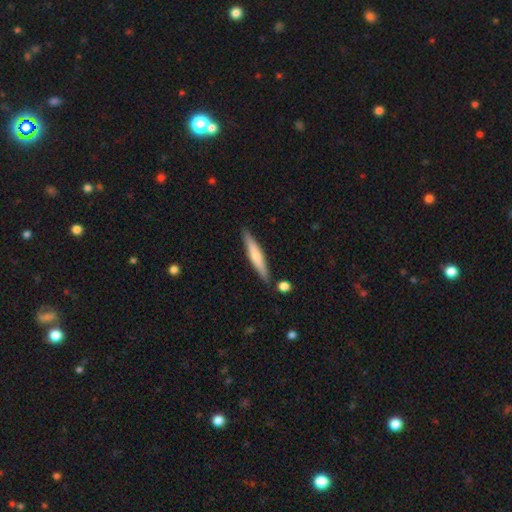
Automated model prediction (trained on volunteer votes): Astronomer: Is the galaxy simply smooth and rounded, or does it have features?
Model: smooth — 57% (runner-up: featured or disk, 37%).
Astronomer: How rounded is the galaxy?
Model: cigar-shaped — 92%.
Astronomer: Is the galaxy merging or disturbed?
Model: none — 84%.